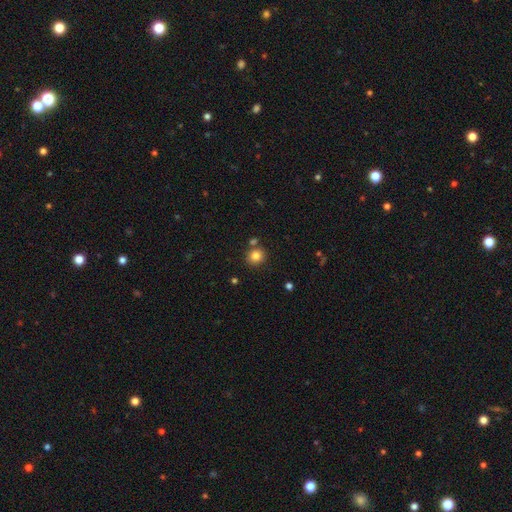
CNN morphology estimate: This is clearly a smooth galaxy (82%). How rounded: clearly round (89%). Merging: likely none (78%).